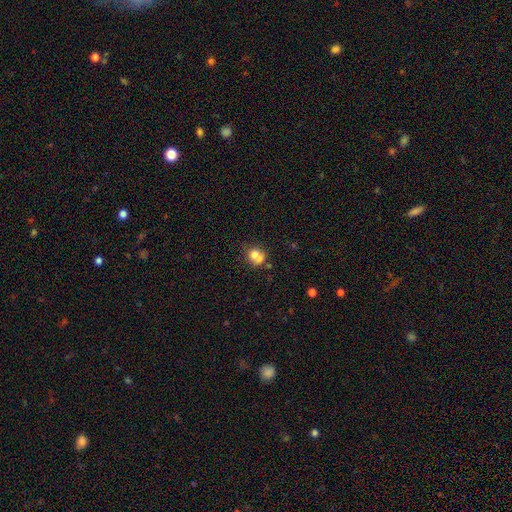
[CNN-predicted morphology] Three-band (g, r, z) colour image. It shows a smooth galaxy with no disk features (73%) that is round (75%). Merging: none (41%).